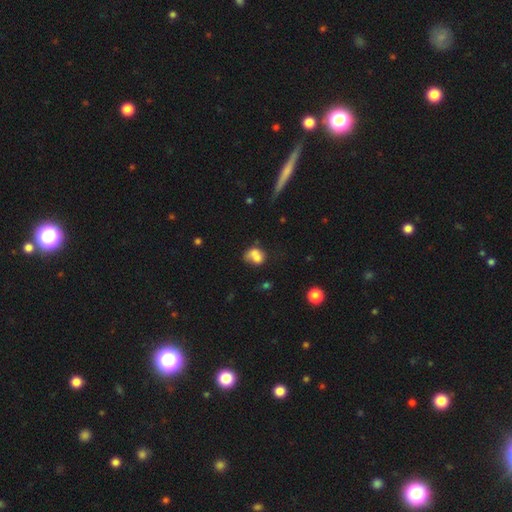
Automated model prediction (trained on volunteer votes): A smooth galaxy with no disk features (66%) that is in between round and cigar-shaped (57%). Merging: merger (42%).